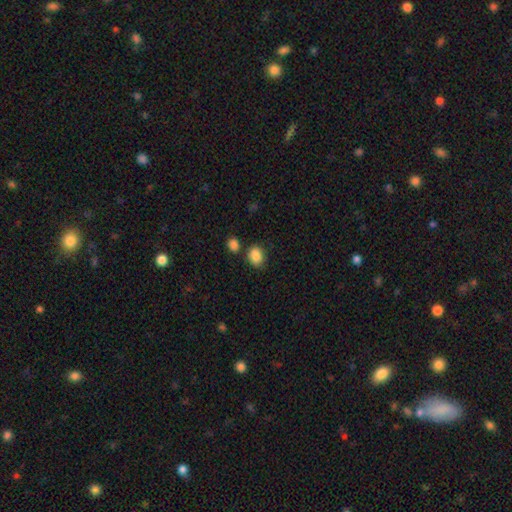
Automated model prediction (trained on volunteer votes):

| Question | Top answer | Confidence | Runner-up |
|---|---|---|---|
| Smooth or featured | smooth | 86% | star or artifact (9%) |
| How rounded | in between | 56% | round (43%) |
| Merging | none | 72% | minor disturbance (13%) |